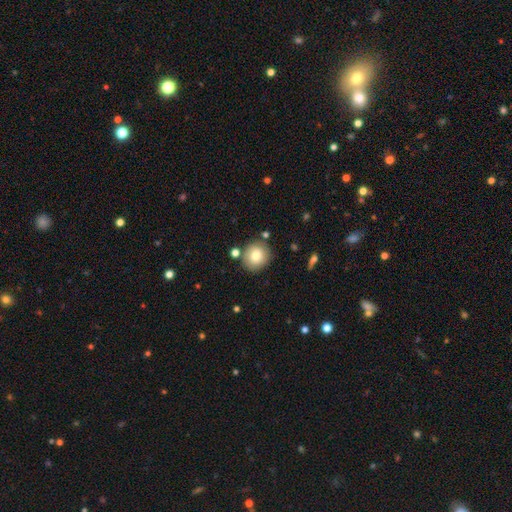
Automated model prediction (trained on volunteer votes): A smooth galaxy with no disk features (78%) that is round (88%).

Vote fractions:
- Smooth or featured? smooth: 78% / featured or disk: 13% / star or artifact: 10%
- How rounded? round: 88% / in between: 11% / cigar-shaped: 1%
- Merging? none: 82% / minor disturbance: 10% / merger: 6% / major disturbance: 3%